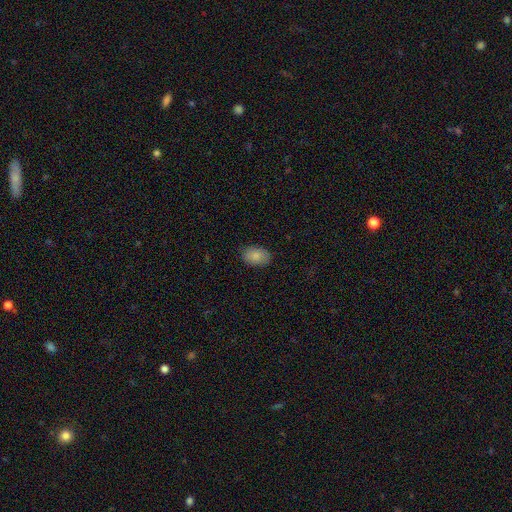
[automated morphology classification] type=smooth (87%); roundness=in between (87%); merging=none (85%).